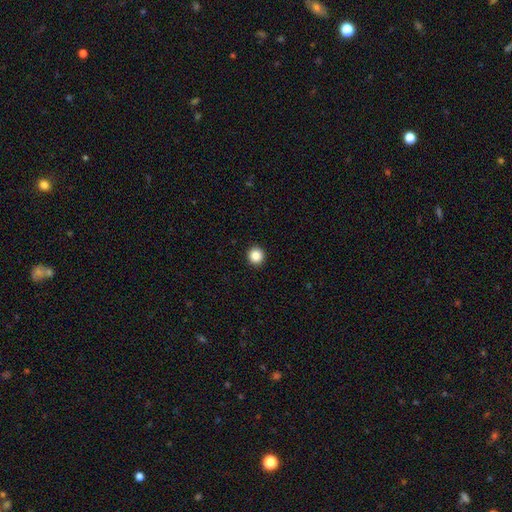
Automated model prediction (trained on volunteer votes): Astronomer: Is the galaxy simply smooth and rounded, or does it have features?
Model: smooth — 87%.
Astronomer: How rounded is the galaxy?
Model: round — 96%.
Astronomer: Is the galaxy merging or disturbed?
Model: none — 94%.